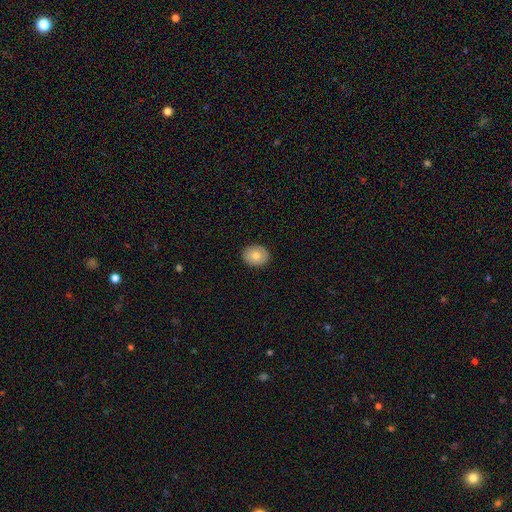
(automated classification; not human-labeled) smooth-or-featured: smooth: 81% | featured or disk: 11% | star or artifact: 8%
  how-rounded: in between: 52% | round: 47% | cigar-shaped: 1%
  merging: none: 90% | minor disturbance: 7% | major disturbance: 2% | merger: 1%